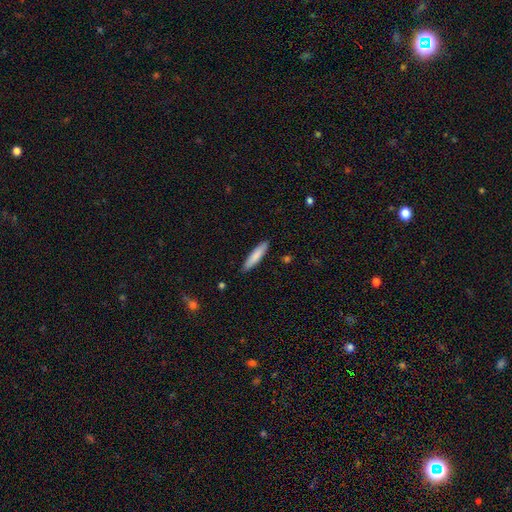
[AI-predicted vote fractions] Q: Smooth or featured?
A: smooth (82%); runner-up: featured or disk (12%)
Q: How rounded?
A: cigar-shaped (83%); runner-up: in between (15%)
Q: Merging?
A: none (89%); runner-up: minor disturbance (9%)